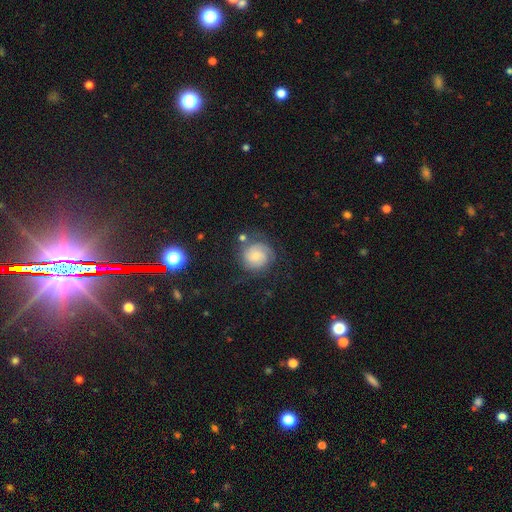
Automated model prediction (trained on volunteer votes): A featured or disk galaxy (59%) with no bar (63%), 2 (49%) tight (54%) spiral arms (92%) and a small central bulge (49%).

Vote fractions:
- Smooth or featured? featured or disk: 59% / smooth: 31% / star or artifact: 10%
- Edge-on disk? no: 98% / yes: 2%
- Bar? no: 63% / weak: 32% / strong: 5%
- Spiral arms? yes: 92% / no: 8%
- Spiral winding? tight: 54% / medium: 34% / loose: 12%
- Spiral arm count? 2: 49% / can't tell: 24% / 3: 14% / 1: 6% / 4: 4% / more than 4: 3%
- Bulge size? small: 49% / moderate: 23% / none: 17% / large: 8% / dominant: 3%
- Merging? none: 66% / minor disturbance: 18% / major disturbance: 13% / merger: 4%